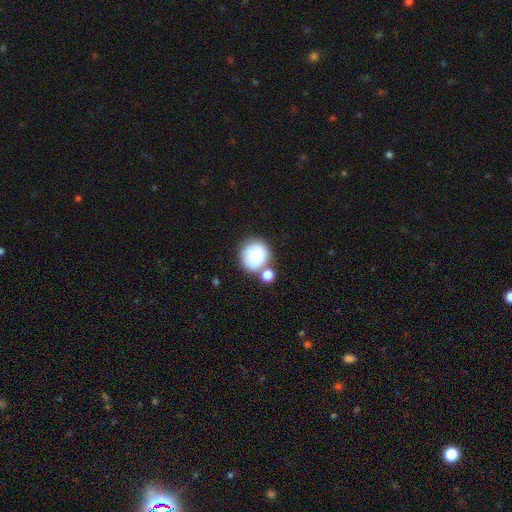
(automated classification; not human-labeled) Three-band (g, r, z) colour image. It shows a smooth galaxy with no disk features (76%) that is round (88%). Merging: none (54%).